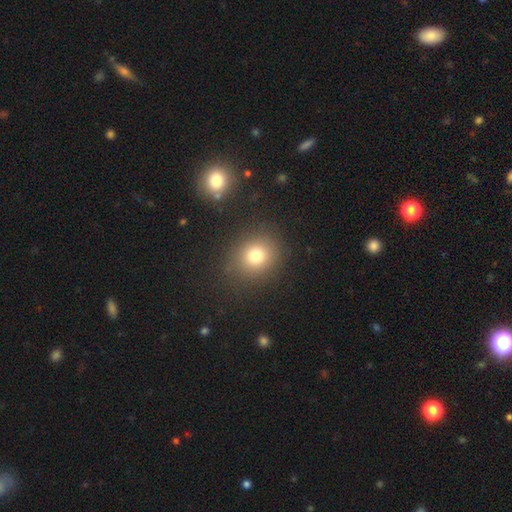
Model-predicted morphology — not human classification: This appears to be a smooth galaxy with no disk features (77%) that is round (77%). Merging: none (85%).